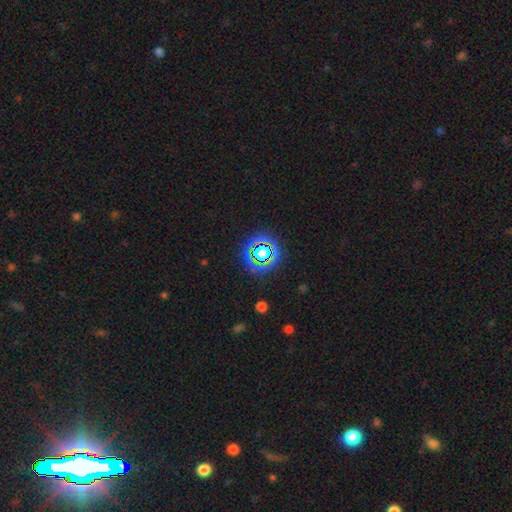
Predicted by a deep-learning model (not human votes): A star or artifact, not a galaxy (69%).

Vote fractions:
- Smooth or featured? star or artifact: 69% / smooth: 22% / featured or disk: 9%